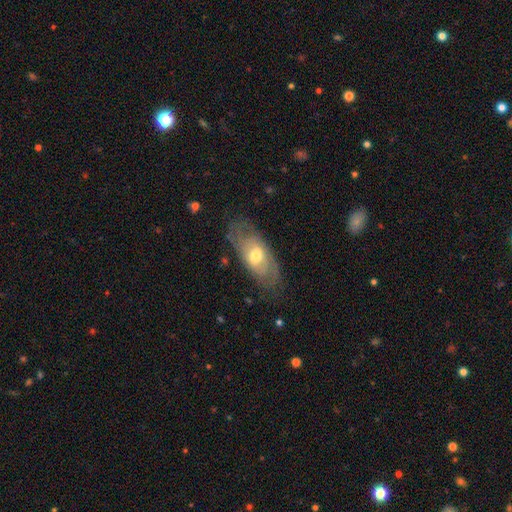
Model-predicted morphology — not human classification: Smooth or featured: featured or disk — 59% (smooth — 35%)
Edge-on disk: no — 85% (yes — 15%)
Bar: no — 63% (weak — 31%)
Spiral arms: yes — 69% (no — 31%)
Bulge size: moderate — 66% (small — 24%)
Merging: none — 70% (minor disturbance — 21%)